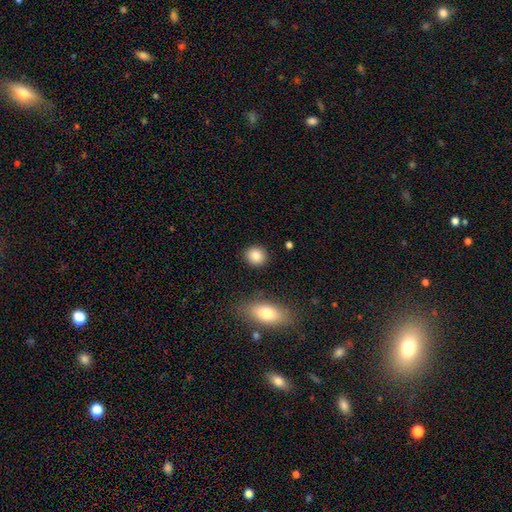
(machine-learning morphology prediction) A smooth galaxy with no disk features (86%) that is round (84%).

Vote fractions:
- Smooth or featured? smooth: 86% / star or artifact: 8% / featured or disk: 5%
- How rounded? round: 84% / in between: 15% / cigar-shaped: 1%
- Merging? none: 89% / minor disturbance: 7% / major disturbance: 3% / merger: 2%